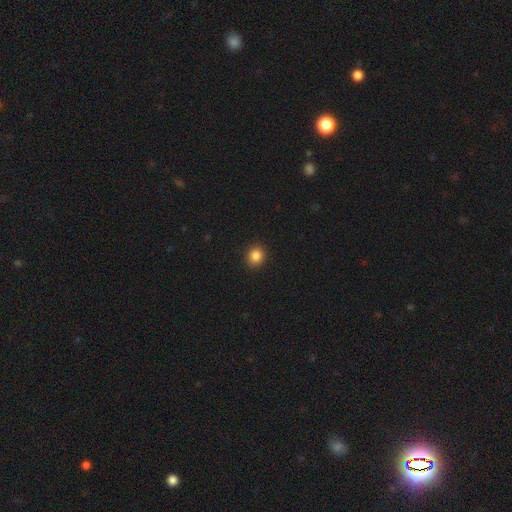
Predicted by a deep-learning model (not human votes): Smooth or featured? Predicted: smooth (p=0.85). How rounded? Predicted: round (p=0.81). Merging? Predicted: none (p=0.91).